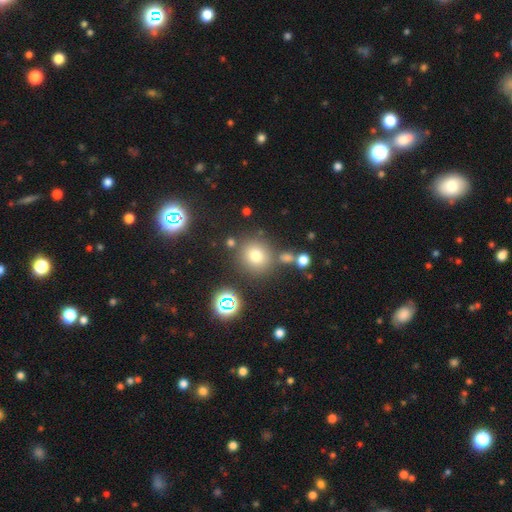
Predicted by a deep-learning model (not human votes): Smooth or featured? smooth (72%)
How rounded? round (89%)
Merging? none (77%)